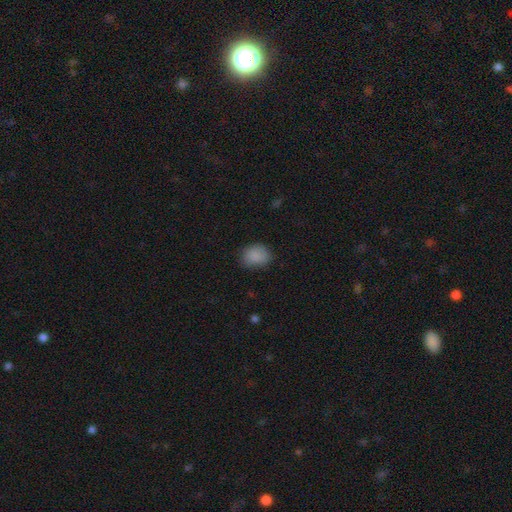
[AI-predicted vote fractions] Smooth or featured: smooth — 86% (star or artifact — 9%)
How rounded: in between — 53% (round — 46%)
Merging: none — 76% (minor disturbance — 19%)